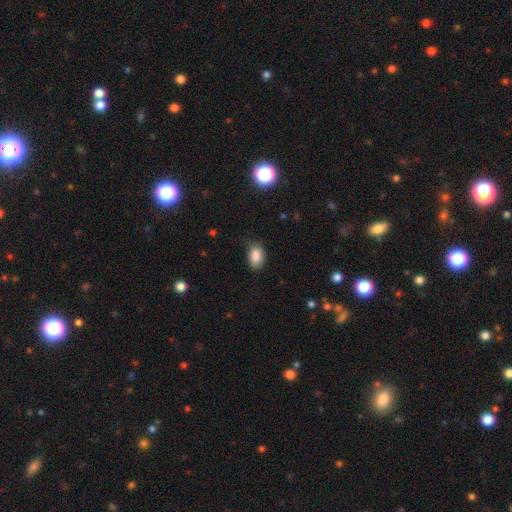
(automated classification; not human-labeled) A smooth galaxy with no disk features (87%) that is in between round and cigar-shaped (85%).

Vote fractions:
- Smooth or featured? smooth: 87% / star or artifact: 9% / featured or disk: 5%
- How rounded? in between: 85% / round: 13% / cigar-shaped: 1%
- Merging? none: 66% / minor disturbance: 28% / major disturbance: 6% / merger: 1%